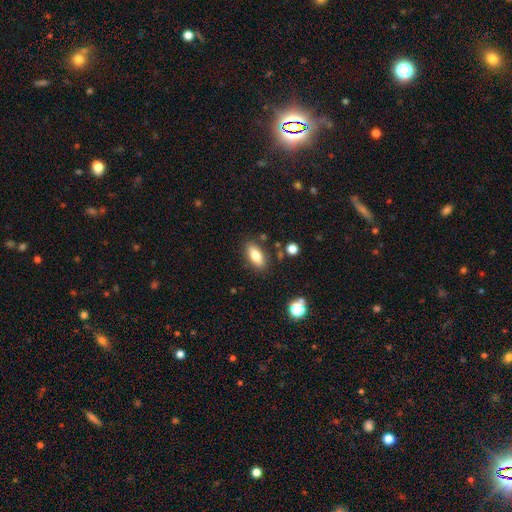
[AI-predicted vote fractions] This is likely a smooth galaxy (80%). How rounded: clearly in between (83%). Merging: clearly none (84%).